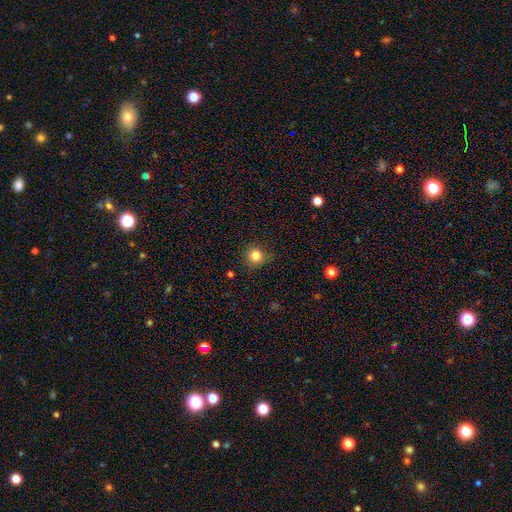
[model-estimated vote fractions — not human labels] Smooth or featured?
  - smooth: 83% *
  - star or artifact: 12%
  - featured or disk: 5%
How rounded?
  - round: 89% *
  - in between: 10%
  - cigar-shaped: 1%
Merging?
  - none: 79% *
  - minor disturbance: 16%
  - major disturbance: 4%
  - merger: 1%